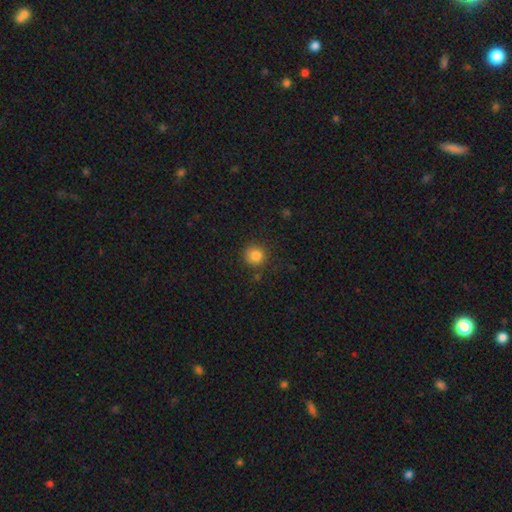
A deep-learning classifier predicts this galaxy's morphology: The model was most divided on "smooth or featured": smooth: 84%, star or artifact: 11%, featured or disk: 5%. More confident: how rounded — round (92%); merging — none (84%).